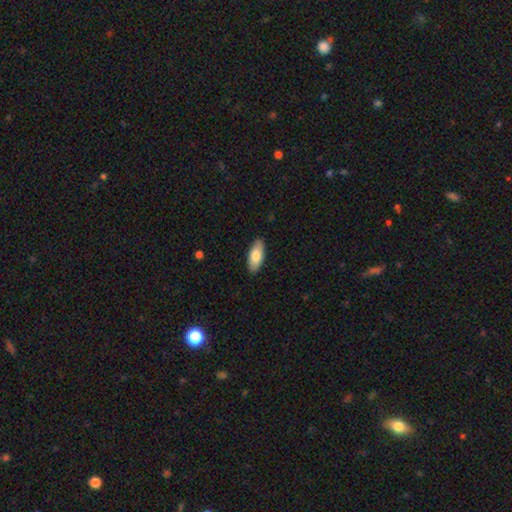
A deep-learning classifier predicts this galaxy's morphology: Overall: smooth (80%). How rounded: in between (87%). Merging: none (88%).